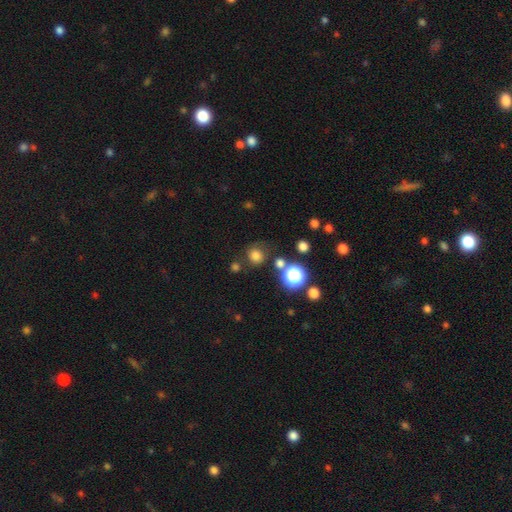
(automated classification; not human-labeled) Morphology: type=smooth (73%); roundness=round (88%); merging=none (76%).